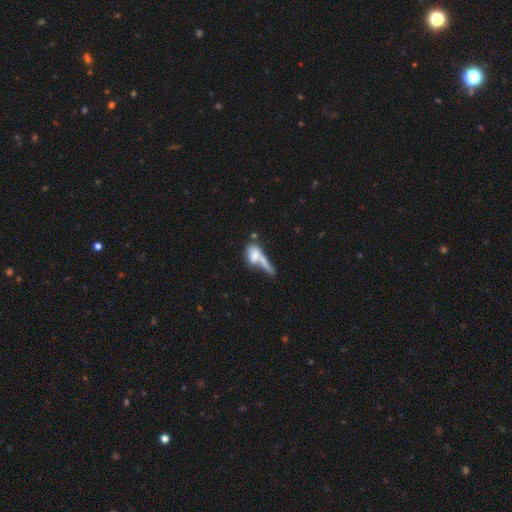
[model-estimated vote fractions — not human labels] This appears to be a smooth galaxy with no disk features (67%) that is in between round and cigar-shaped (62%). Merging: merger (55%).